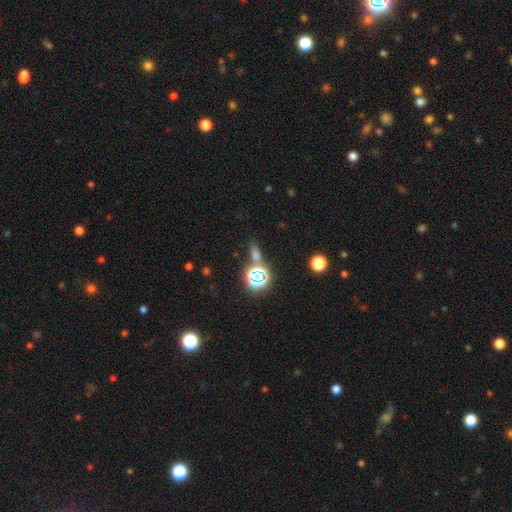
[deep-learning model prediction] smooth-or-featured: smooth: 52% | star or artifact: 37% | featured or disk: 11%
  how-rounded: in between: 56% | round: 22% | cigar-shaped: 22%
  merging: none: 70% | merger: 14% | minor disturbance: 11% | major disturbance: 5%